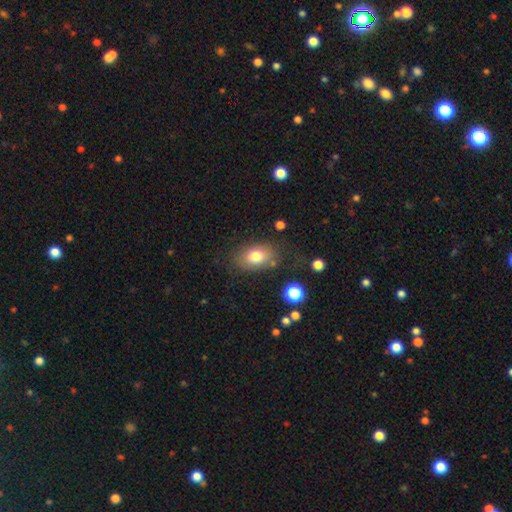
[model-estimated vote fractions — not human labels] A smooth galaxy with no disk features (76%) that is in between round and cigar-shaped (80%). Merging: none (73%).